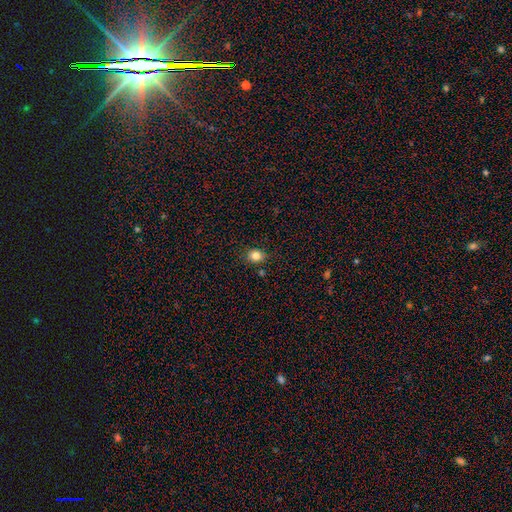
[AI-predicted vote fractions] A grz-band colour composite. It shows a smooth galaxy with no disk features (82%) that is round (64%). Merging: none (85%).